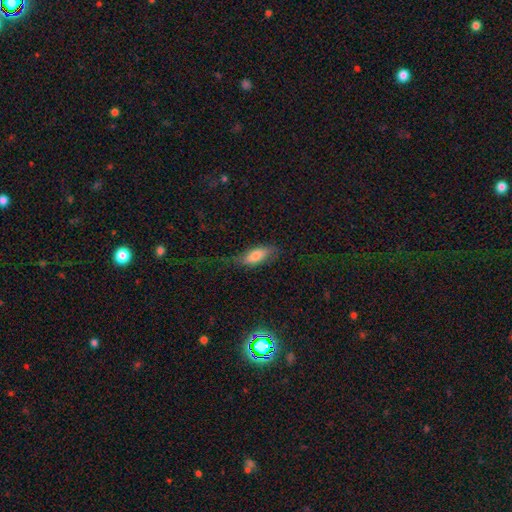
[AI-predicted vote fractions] smooth-or-featured: smooth: 74% | featured or disk: 19% | star or artifact: 7%
  how-rounded: in between: 74% | cigar-shaped: 23% | round: 3%
  merging: none: 58% | minor disturbance: 25% | major disturbance: 15% | merger: 2%